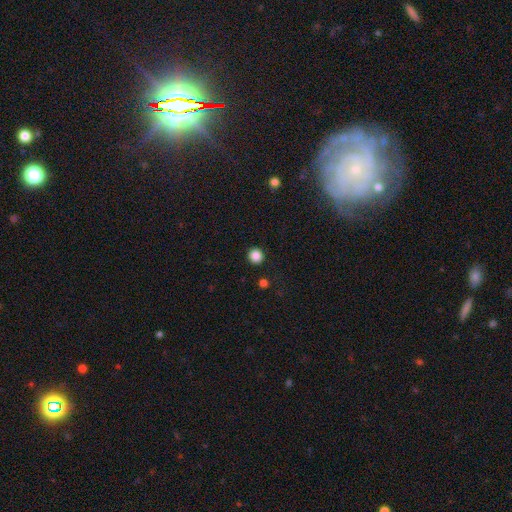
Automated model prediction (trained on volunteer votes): Smooth or featured: smooth — 86% (star or artifact — 11%)
How rounded: round — 95% (in between — 4%)
Merging: none — 93% (minor disturbance — 4%)